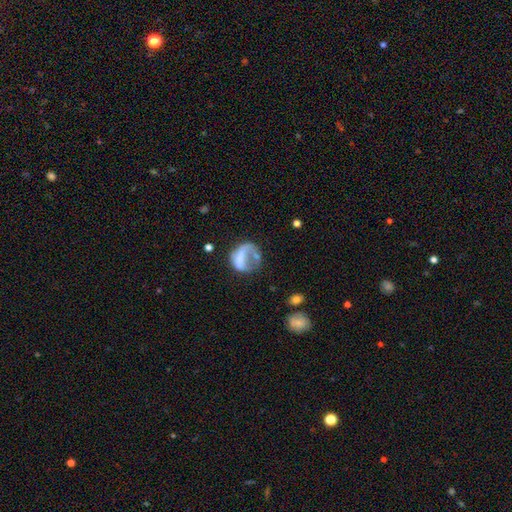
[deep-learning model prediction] featured or disk 45%, smooth 43%, star or artifact 12%. Down the decision tree: merging — major disturbance (46%).